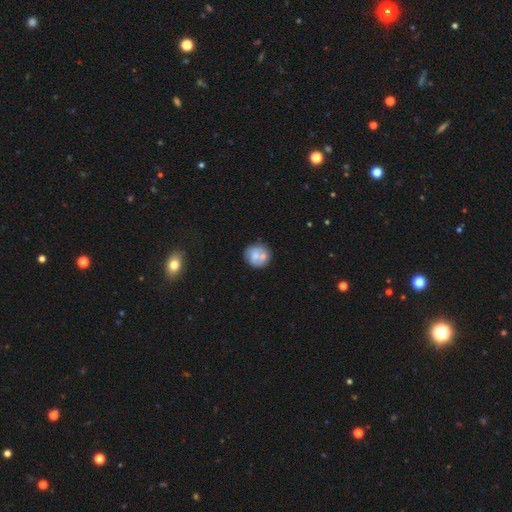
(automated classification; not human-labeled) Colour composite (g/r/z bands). It shows a smooth galaxy with no disk features (61%) that is round (89%). Merging: none (60%).